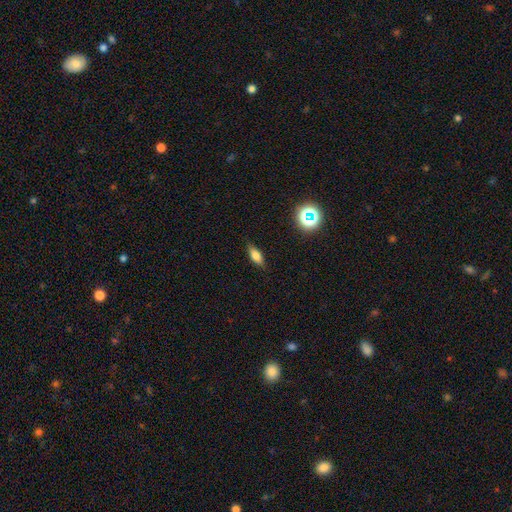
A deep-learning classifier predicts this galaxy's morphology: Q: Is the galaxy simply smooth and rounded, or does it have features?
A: smooth — 69%.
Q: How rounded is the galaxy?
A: in between — 68%.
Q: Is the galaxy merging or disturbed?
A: none — 85%.